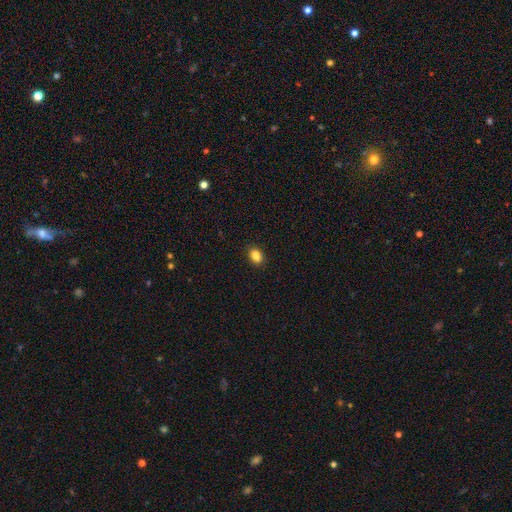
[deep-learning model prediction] This appears to be a smooth galaxy with no disk features (87%) that is in between round and cigar-shaped (78%). Merging: none (90%).